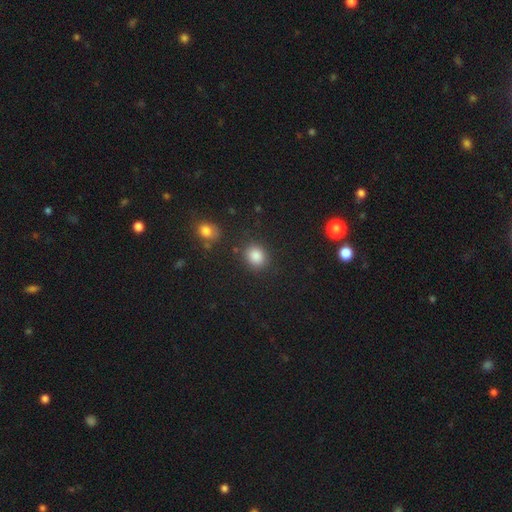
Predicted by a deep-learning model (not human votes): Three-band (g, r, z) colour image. It shows a smooth galaxy with no disk features (85%) that is round (64%). Merging: none (81%).